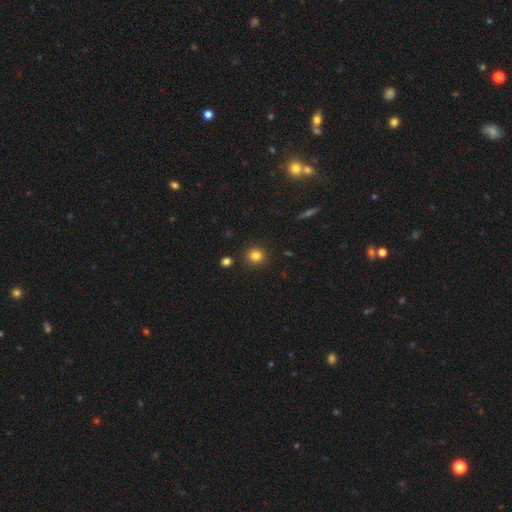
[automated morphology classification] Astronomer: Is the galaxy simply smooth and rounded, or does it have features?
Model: smooth — 82%.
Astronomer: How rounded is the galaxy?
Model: round — 88%.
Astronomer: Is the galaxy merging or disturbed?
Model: none — 89%.